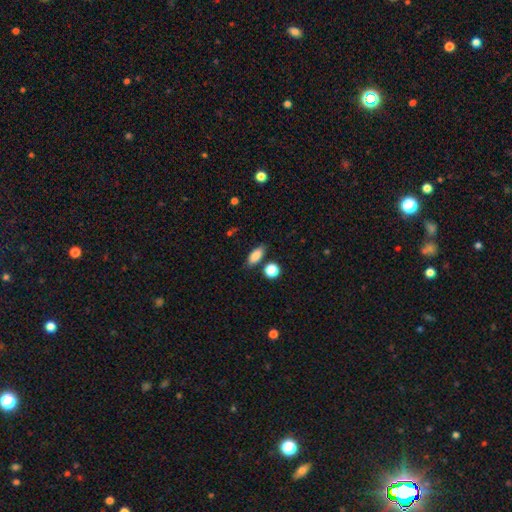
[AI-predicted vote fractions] smooth_or_featured: smooth (p=0.86) [alt: star or artifact p=0.08]
how_rounded: in between (p=0.82) [alt: cigar-shaped p=0.12]
merging: none (p=0.80) [alt: minor disturbance p=0.11]